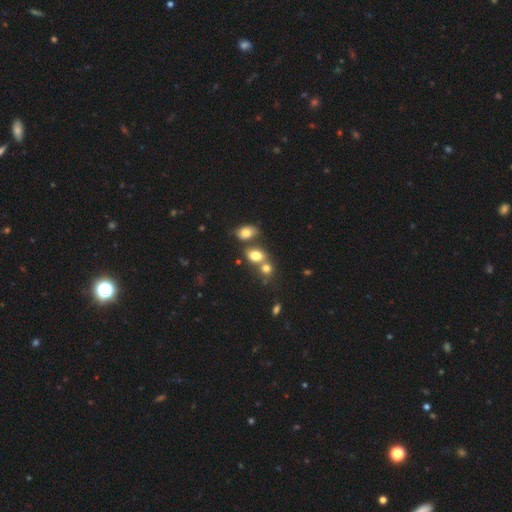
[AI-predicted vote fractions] A smooth galaxy with no disk features (76%) that is in between round and cigar-shaped (63%).

Vote fractions:
- Smooth or featured? smooth: 76% / star or artifact: 13% / featured or disk: 11%
- How rounded? in between: 63% / round: 35% / cigar-shaped: 2%
- Merging? merger: 47% / none: 38% / minor disturbance: 11% / major disturbance: 5%